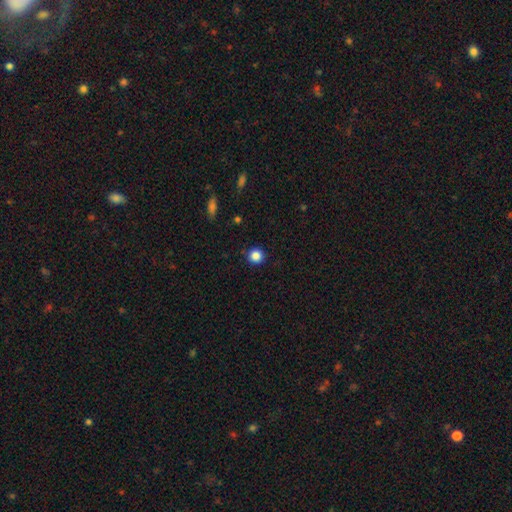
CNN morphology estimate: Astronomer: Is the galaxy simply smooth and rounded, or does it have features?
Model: smooth — 86%.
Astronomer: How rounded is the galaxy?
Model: round — 94%.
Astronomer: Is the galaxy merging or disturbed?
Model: none — 91%.